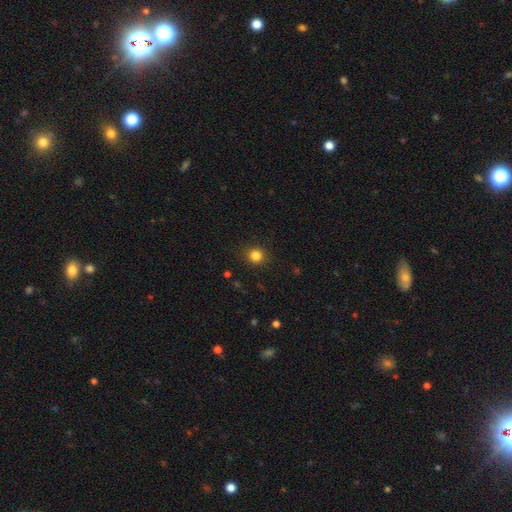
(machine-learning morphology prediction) Smooth or featured: smooth — 83% (star or artifact — 12%)
How rounded: round — 89% (in between — 10%)
Merging: none — 91% (minor disturbance — 6%)